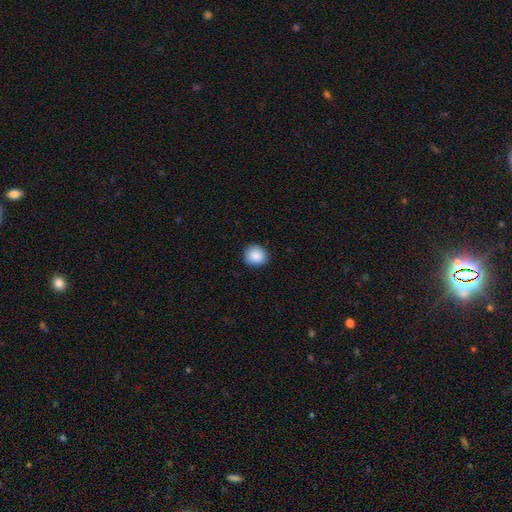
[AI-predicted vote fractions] Q: Smooth or featured?
A: smooth (89%); runner-up: star or artifact (8%)
Q: How rounded?
A: round (84%); runner-up: in between (15%)
Q: Merging?
A: none (88%); runner-up: minor disturbance (9%)